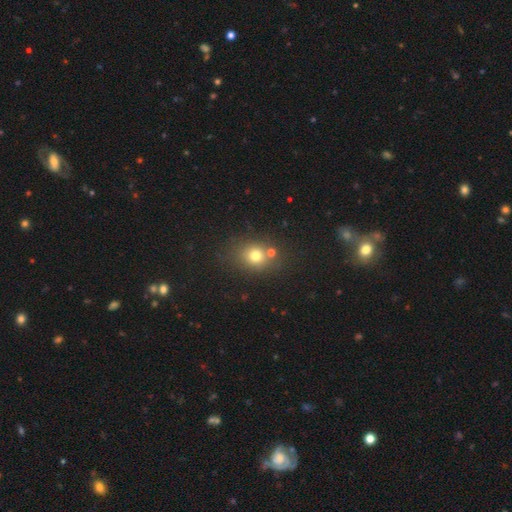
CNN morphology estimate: This is likely a smooth galaxy (73%). How rounded: likely round (70%). Merging: likely none (69%).